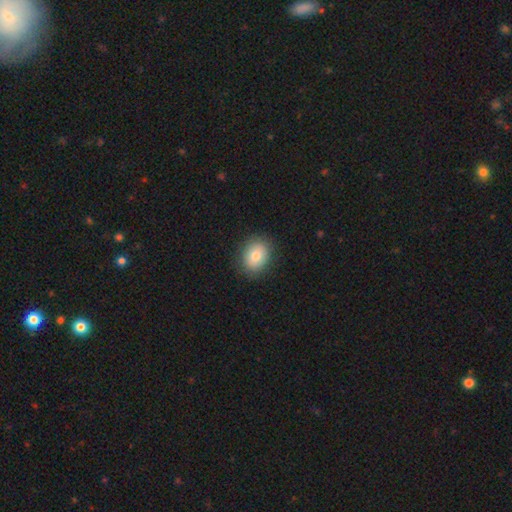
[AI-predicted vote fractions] The model was most divided on "how rounded": in between: 51%, round: 48%, cigar-shaped: 1%. More confident: merging — none (88%); smooth or featured — smooth (80%).